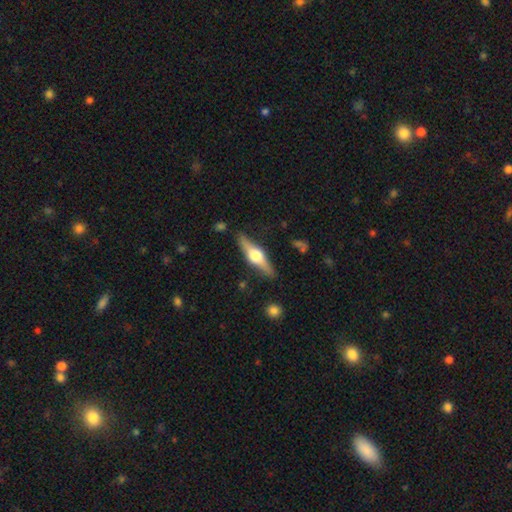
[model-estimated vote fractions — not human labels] This appears to be a featured or disk galaxy (68%) viewed edge-on (95%) with a rounded central bulge (95%). Merging: none (85%).